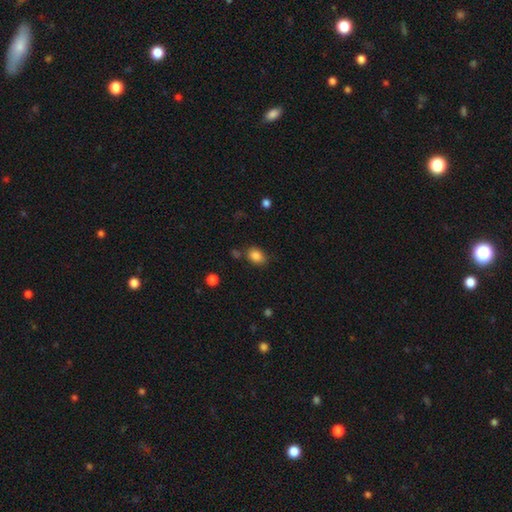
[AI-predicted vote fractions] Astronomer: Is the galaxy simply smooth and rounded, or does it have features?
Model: smooth — 85%.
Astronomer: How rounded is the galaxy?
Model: in between — 67%.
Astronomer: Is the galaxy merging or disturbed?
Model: none — 75%.